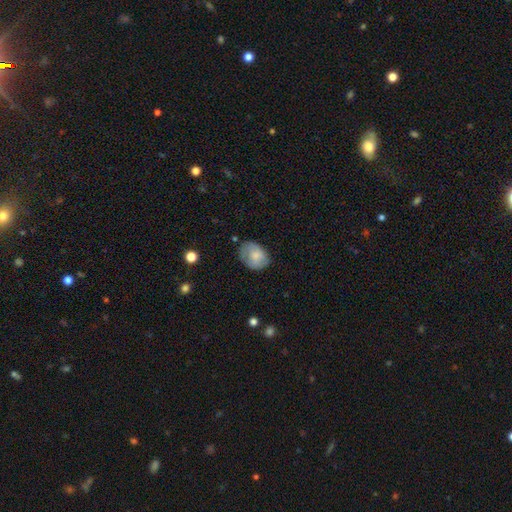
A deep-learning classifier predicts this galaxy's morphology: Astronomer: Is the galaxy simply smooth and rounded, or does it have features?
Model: smooth — 68%.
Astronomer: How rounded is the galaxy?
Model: in between — 63%.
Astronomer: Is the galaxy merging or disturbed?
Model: none — 61%.